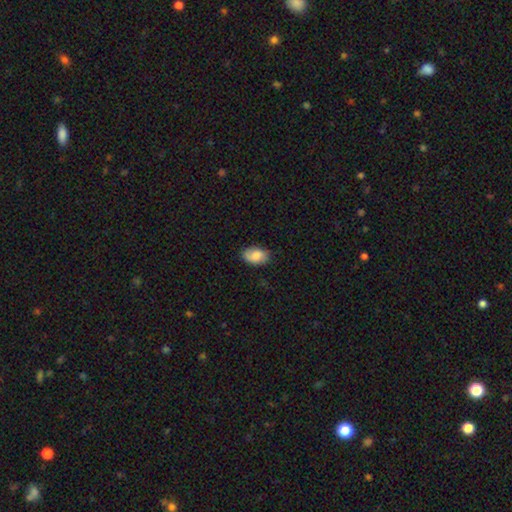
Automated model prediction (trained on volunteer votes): Smooth or featured?
  - smooth: 82% *
  - featured or disk: 11%
  - star or artifact: 7%
How rounded?
  - in between: 91% *
  - round: 8%
  - cigar-shaped: 1%
Merging?
  - none: 78% *
  - minor disturbance: 17%
  - major disturbance: 3%
  - merger: 1%